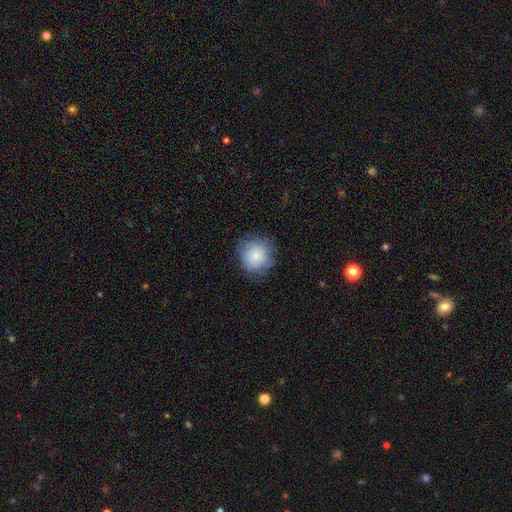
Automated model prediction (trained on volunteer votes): Morphology: type=smooth (81%); roundness=round (90%); merging=none (76%).